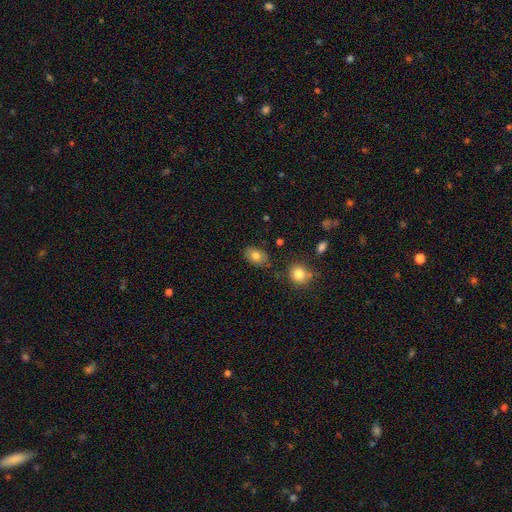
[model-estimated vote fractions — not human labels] The model was most divided on "merging": none: 78%, minor disturbance: 15%, merger: 4%, major disturbance: 3%. More confident: how rounded — in between (82%); smooth or featured — smooth (80%).